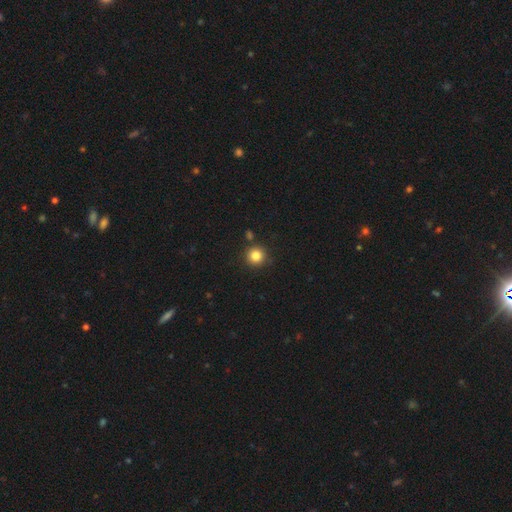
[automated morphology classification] This appears to be a smooth galaxy with no disk features (83%) that is round (94%). Merging: none (86%).